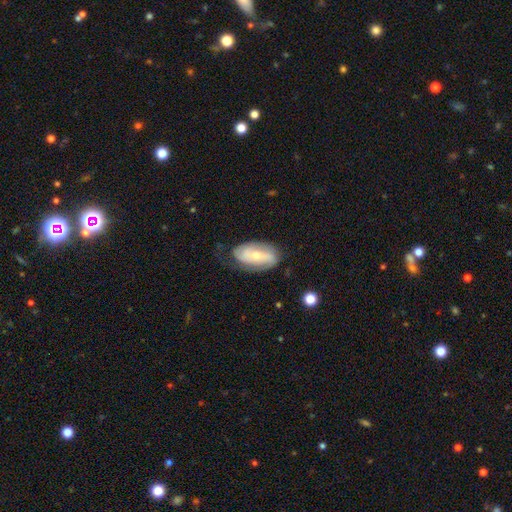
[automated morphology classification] Smooth or featured: featured or disk — 64% (smooth — 29%)
Edge-on disk: no — 93% (yes — 7%)
Bar: no — 49% (weak — 31%)
Spiral arms: yes — 84% (no — 16%)
Spiral winding: medium — 38% (tight — 36%)
Spiral arm count: 2 — 66% (can't tell — 20%)
Bulge size: small — 48% (tied with moderate — 48%)
Merging: none — 65% (minor disturbance — 24%)